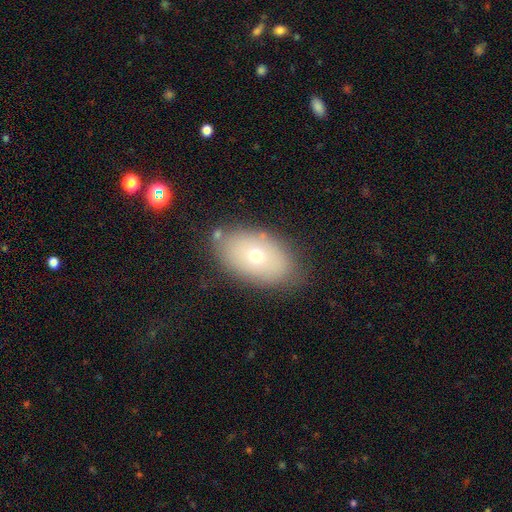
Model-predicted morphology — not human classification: smooth_or_featured: smooth (p=0.65) [alt: featured or disk p=0.24]
how_rounded: in between (p=0.88) [alt: round p=0.11]
merging: none (p=0.78) [alt: minor disturbance p=0.15]